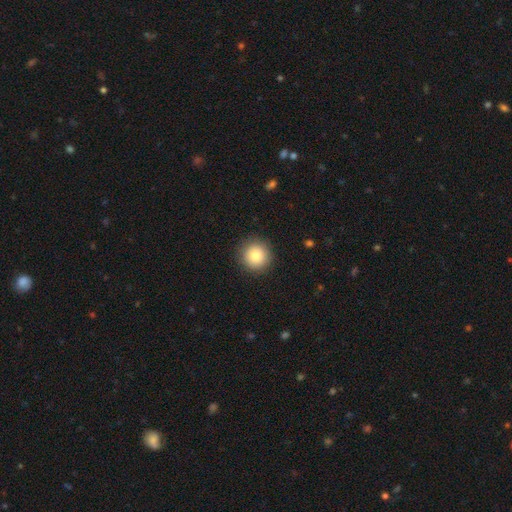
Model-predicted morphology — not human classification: Q: Smooth or featured?
A: smooth (83%); runner-up: star or artifact (9%)
Q: How rounded?
A: round (95%); runner-up: in between (4%)
Q: Merging?
A: none (90%); runner-up: minor disturbance (6%)